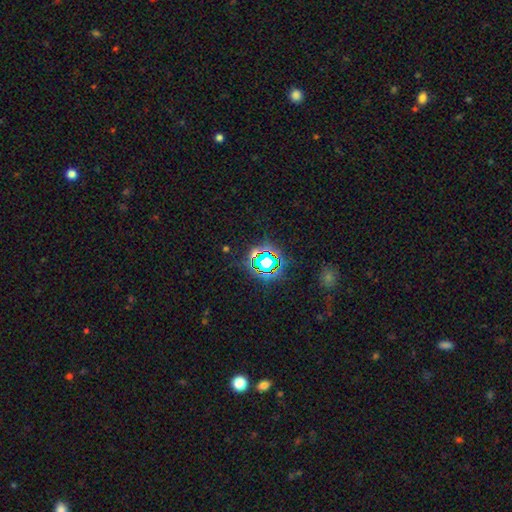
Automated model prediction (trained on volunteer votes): Overall: star or artifact (71%).